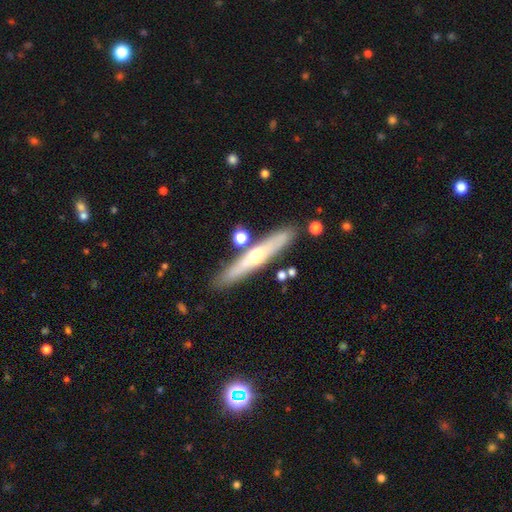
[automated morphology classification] Q: Smooth or featured?
A: featured or disk (54%); runner-up: smooth (40%)
Q: Edge-on disk?
A: yes (89%); runner-up: no (11%)
Q: Merging?
A: none (83%); runner-up: minor disturbance (10%)